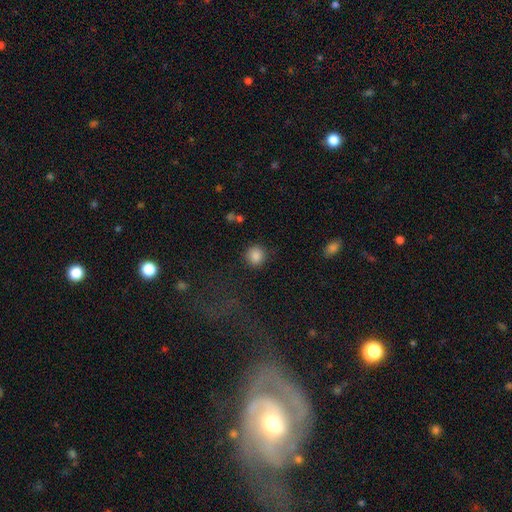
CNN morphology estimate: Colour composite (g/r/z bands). It shows a smooth galaxy with no disk features (86%) that is round (92%). Merging: none (87%).